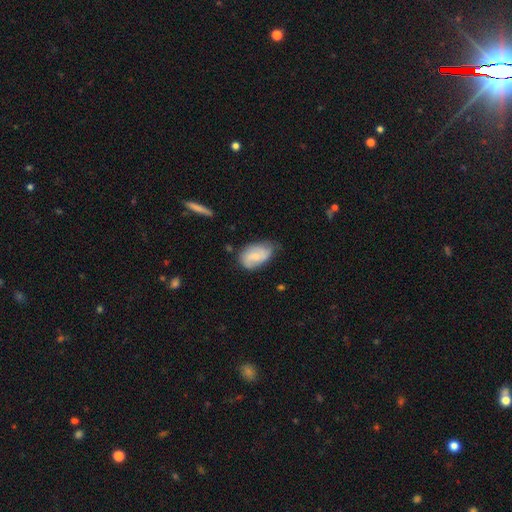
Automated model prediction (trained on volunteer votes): The model was most divided on "smooth or featured": smooth: 49%, featured or disk: 44%, star or artifact: 7%. More confident: merging — none (58%).